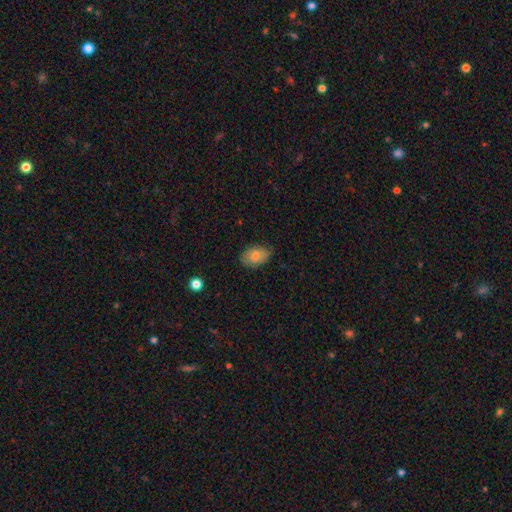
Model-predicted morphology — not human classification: smooth_or_featured: smooth (p=0.78) [alt: featured or disk p=0.14]
how_rounded: in between (p=0.89) [alt: round p=0.10]
merging: none (p=0.79) [alt: minor disturbance p=0.17]